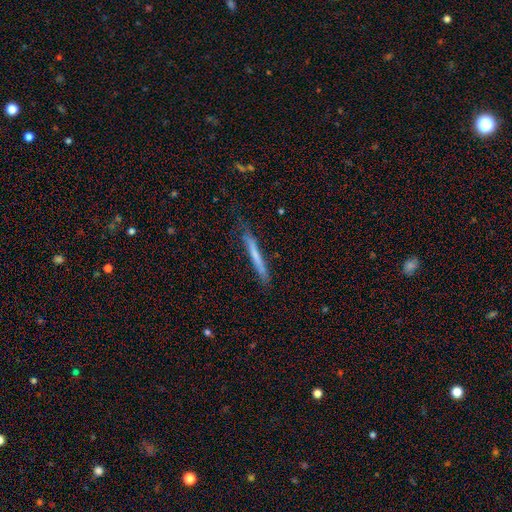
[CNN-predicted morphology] smooth-or-featured: smooth: 57% | featured or disk: 37% | star or artifact: 6%
  how-rounded: cigar-shaped: 96% | in between: 2% | round: 1%
  merging: none: 77% | minor disturbance: 18% | major disturbance: 3% | merger: 2%